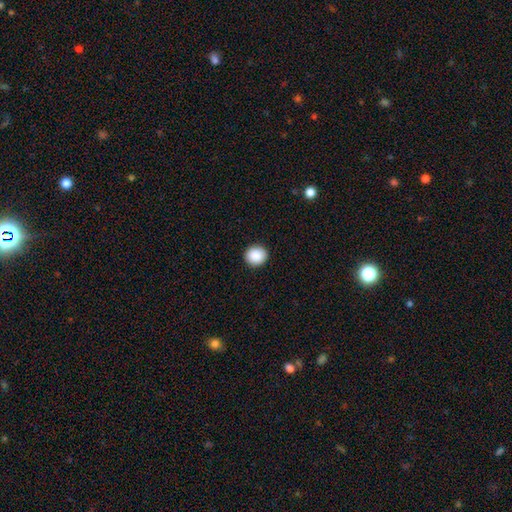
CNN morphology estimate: smooth 89%, star or artifact 8%, featured or disk 3%. Down the decision tree: how rounded — round (88%); merging — none (92%).